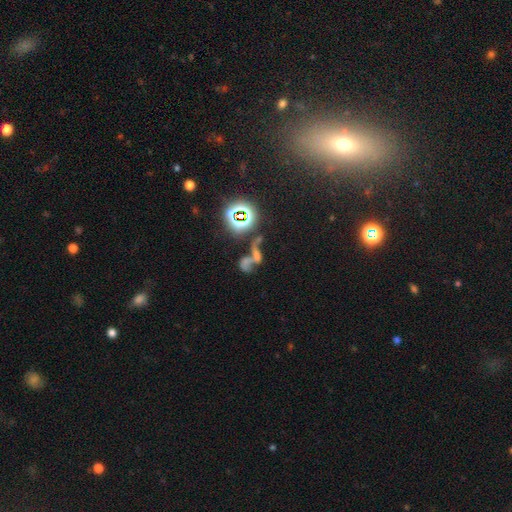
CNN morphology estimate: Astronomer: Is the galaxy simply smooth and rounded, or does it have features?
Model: star or artifact — 45% (runner-up: smooth, 30%).